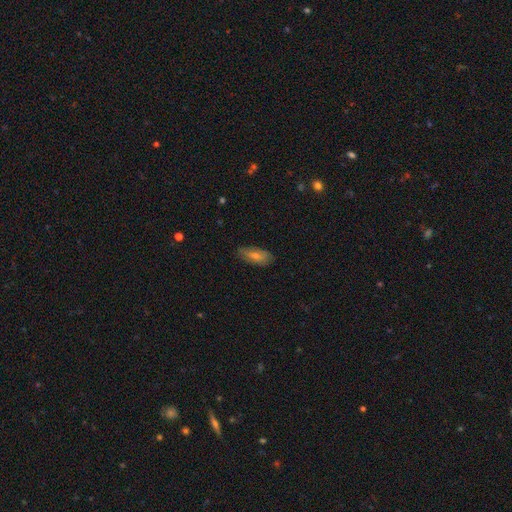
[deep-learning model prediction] A smooth galaxy with no disk features (54%) that is in between round and cigar-shaped (74%).

Vote fractions:
- Smooth or featured? smooth: 54% / featured or disk: 35% / star or artifact: 12%
- How rounded? in between: 74% / cigar-shaped: 22% / round: 4%
- Merging? none: 80% / minor disturbance: 15% / major disturbance: 3% / merger: 1%